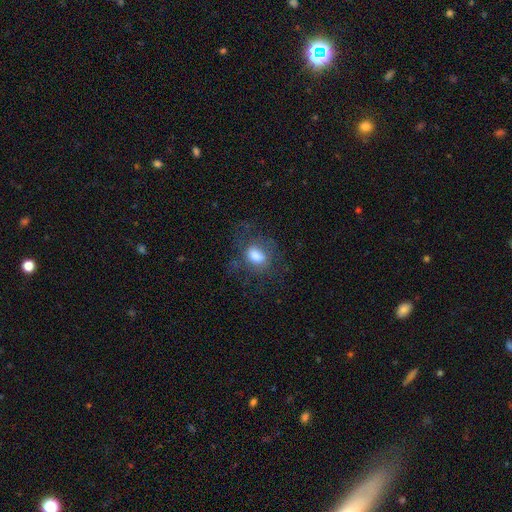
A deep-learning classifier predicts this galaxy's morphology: This is likely a smooth galaxy (69%). How rounded: likely in between (63%). Merging: possibly none (59%).